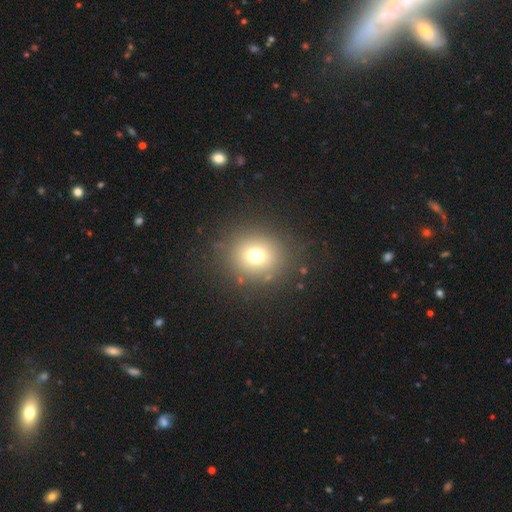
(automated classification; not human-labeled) Smooth or featured: smooth — 72% (star or artifact — 17%)
How rounded: round — 86% (in between — 13%)
Merging: none — 86% (minor disturbance — 8%)